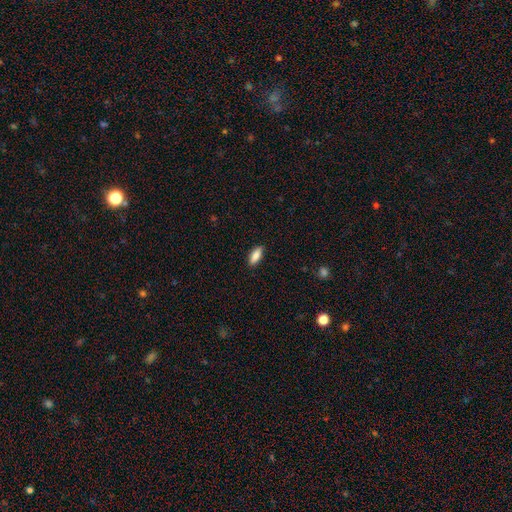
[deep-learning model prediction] Q: Smooth or featured?
A: smooth (87%); runner-up: star or artifact (7%)
Q: How rounded?
A: in between (77%); runner-up: cigar-shaped (20%)
Q: Merging?
A: none (88%); runner-up: minor disturbance (9%)